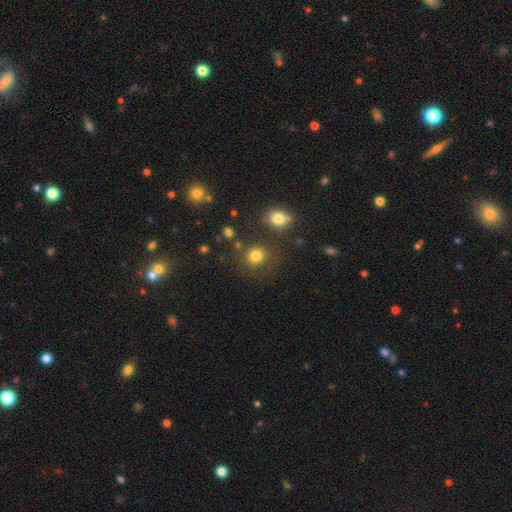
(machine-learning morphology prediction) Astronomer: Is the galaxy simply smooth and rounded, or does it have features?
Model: smooth — 79%.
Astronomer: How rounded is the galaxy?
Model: round — 86%.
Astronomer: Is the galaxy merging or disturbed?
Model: none — 77%.